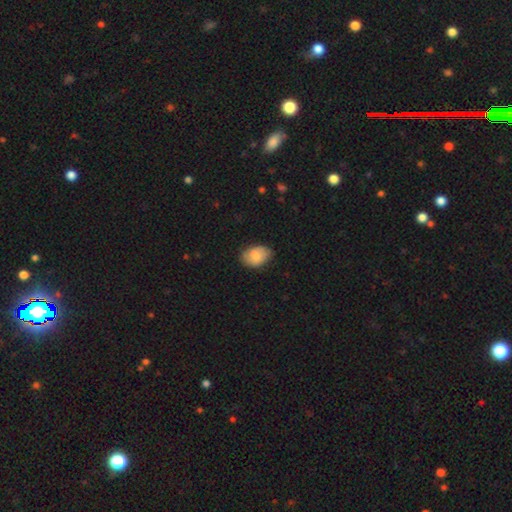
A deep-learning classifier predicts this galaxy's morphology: This appears to be a smooth galaxy with no disk features (68%) that is in between round and cigar-shaped (81%). Merging: none (72%).